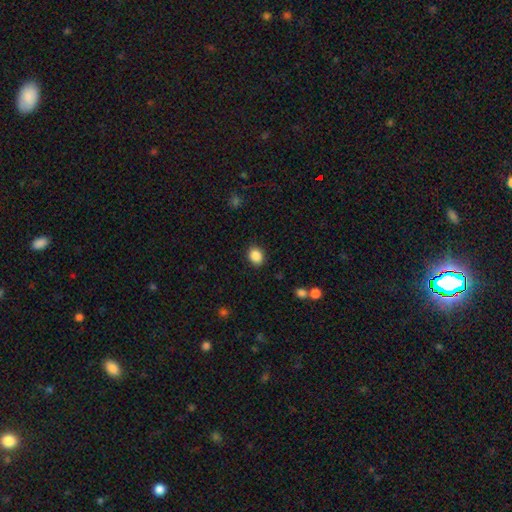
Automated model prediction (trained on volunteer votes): smooth_or_featured: smooth (p=0.88) [alt: star or artifact p=0.09]
how_rounded: in between (p=0.51) [alt: round p=0.48]
merging: none (p=0.88) [alt: minor disturbance p=0.08]